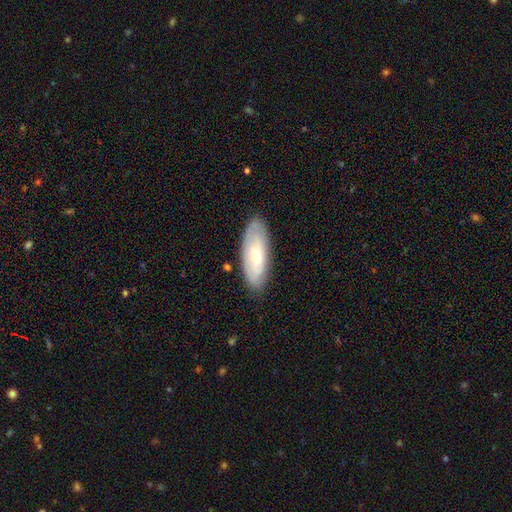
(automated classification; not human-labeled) Overall: smooth (48%; featured or disk 46%). Merging: none (83%).